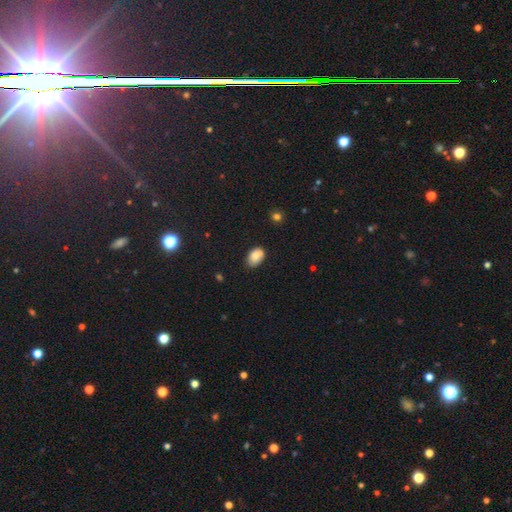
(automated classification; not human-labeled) The model was most divided on "merging": none: 71%, minor disturbance: 21%, merger: 4%, major disturbance: 4%. More confident: how rounded — in between (88%); smooth or featured — smooth (82%).